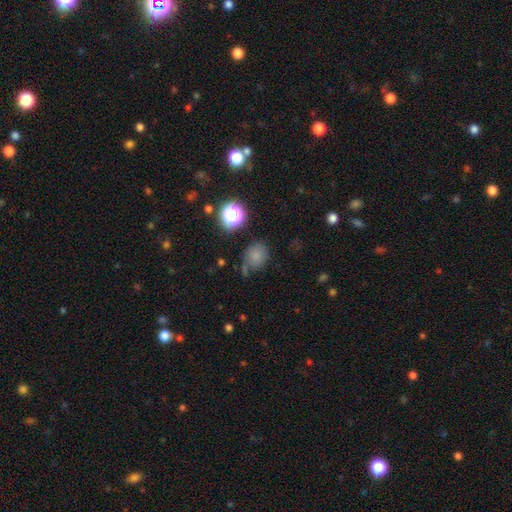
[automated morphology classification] Smooth or featured? smooth (74%)
How rounded? round (66%)
Merging? none (63%)